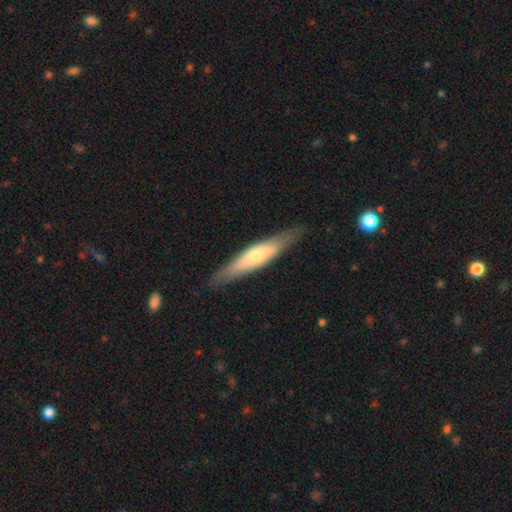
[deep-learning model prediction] smooth 49%, featured or disk 45%, star or artifact 5%. Down the decision tree: merging — none (84%).